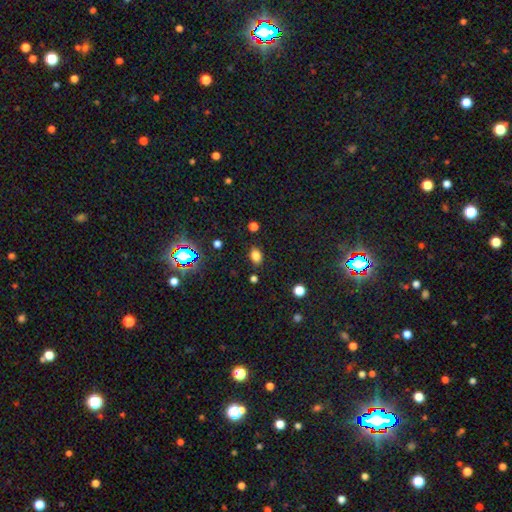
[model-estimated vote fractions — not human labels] Smooth or featured? Predicted: smooth (p=0.78). How rounded? Predicted: in between (p=0.77). Merging? Predicted: none (p=0.84).